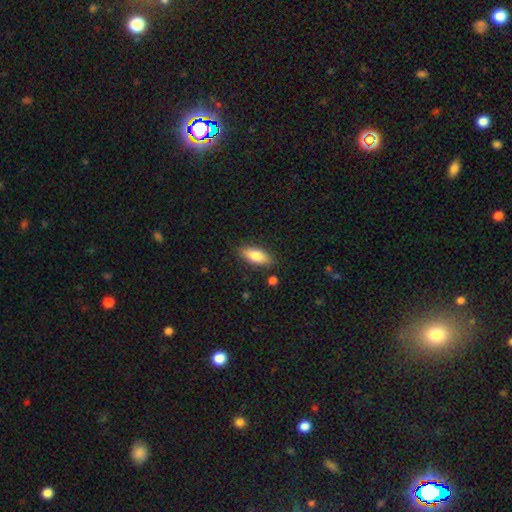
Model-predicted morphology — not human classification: type=smooth (77%); roundness=in between (77%); merging=none (84%).